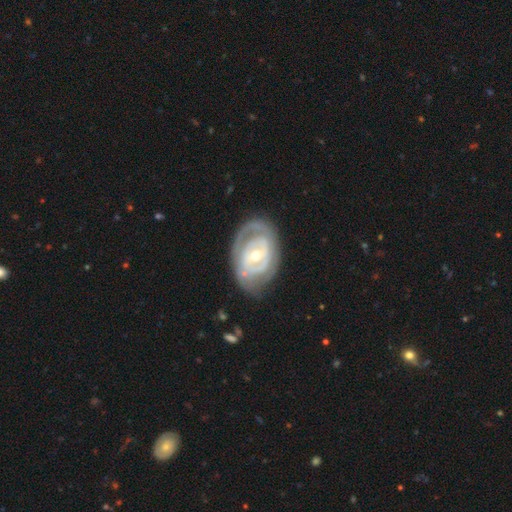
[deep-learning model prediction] A featured or disk galaxy (80%) with no bar (53%), tight (66%) spiral arms (68%) and a moderate central bulge (53%).

Vote fractions:
- Smooth or featured? featured or disk: 80% / smooth: 16% / star or artifact: 4%
- Edge-on disk? no: 96% / yes: 4%
- Bar? no: 53% / weak: 33% / strong: 14%
- Spiral arms? yes: 68% / no: 32%
- Spiral winding? tight: 66% / medium: 24% / loose: 10%
- Spiral arm count? can't tell: 39% / 2: 37% / 1: 12% / 3: 7% / 4: 2% / more than 4: 2%
- Bulge size? moderate: 53% / small: 42% / large: 3% / none: 1% / dominant: 1%
- Merging? none: 64% / minor disturbance: 22% / major disturbance: 12% / merger: 2%